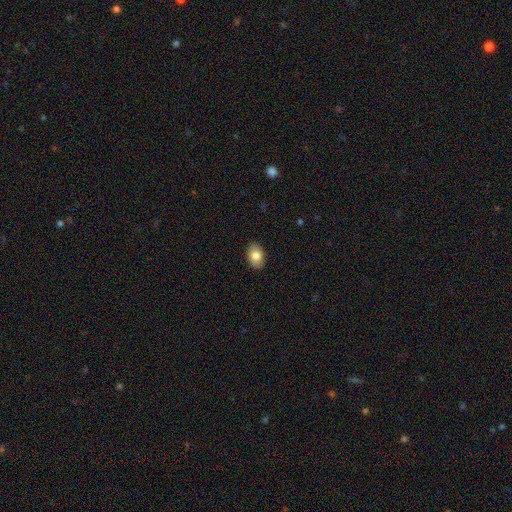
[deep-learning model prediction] smooth-or-featured: smooth: 82% | featured or disk: 10% | star or artifact: 7%
  how-rounded: in between: 85% | round: 13% | cigar-shaped: 1%
  merging: none: 90% | minor disturbance: 7% | major disturbance: 2% | merger: 1%